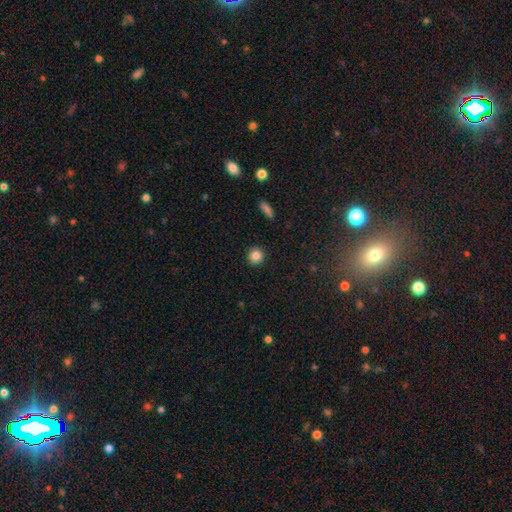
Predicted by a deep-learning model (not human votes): Overall: smooth (85%). How rounded: round (94%). Merging: none (92%).